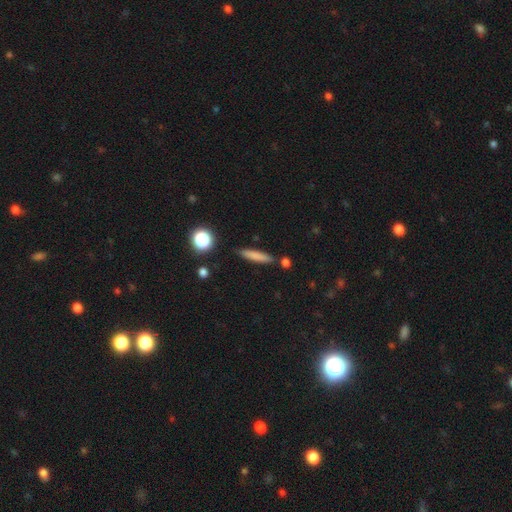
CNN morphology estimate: type=smooth (76%); roundness=cigar-shaped (88%); merging=none (84%).